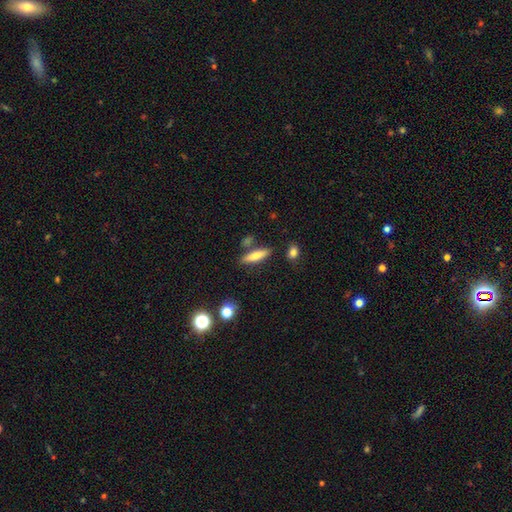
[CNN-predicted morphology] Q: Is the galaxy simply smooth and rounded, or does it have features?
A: smooth — 67%.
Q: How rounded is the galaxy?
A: cigar-shaped — 69%.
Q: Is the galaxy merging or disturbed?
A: none — 77%.